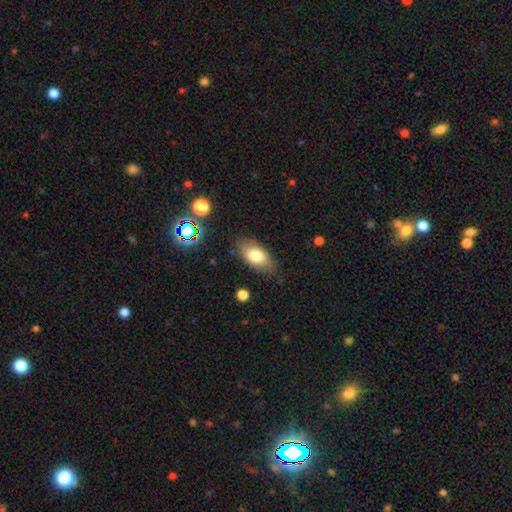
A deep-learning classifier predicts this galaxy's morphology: The model was most divided on "merging": none: 78%, minor disturbance: 16%, major disturbance: 4%, merger: 2%. More confident: how rounded — in between (90%); smooth or featured — smooth (77%).